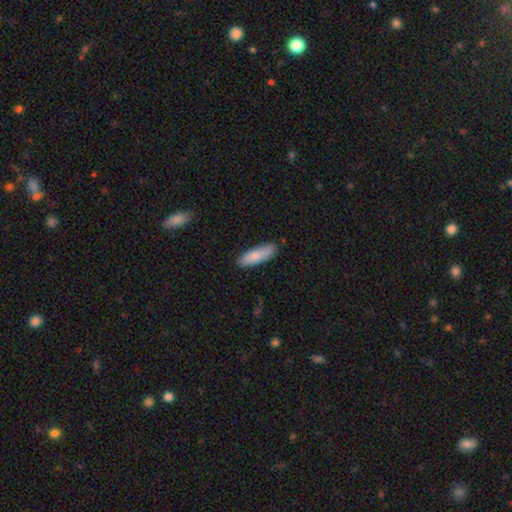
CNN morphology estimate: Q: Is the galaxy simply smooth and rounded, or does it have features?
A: smooth — 81%.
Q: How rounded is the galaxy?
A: in between — 58%.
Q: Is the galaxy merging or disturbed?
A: none — 83%.